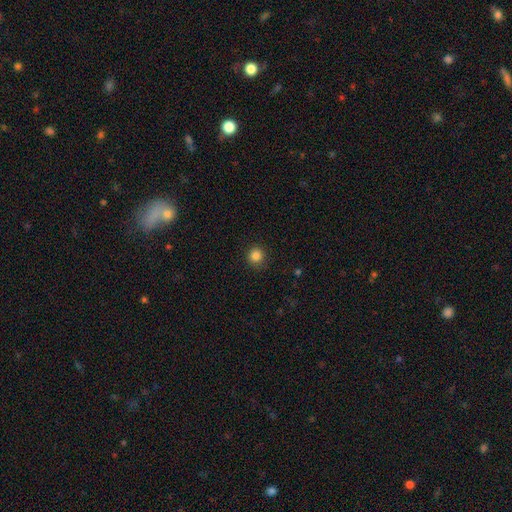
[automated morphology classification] type=smooth (85%); roundness=round (93%); merging=none (90%).